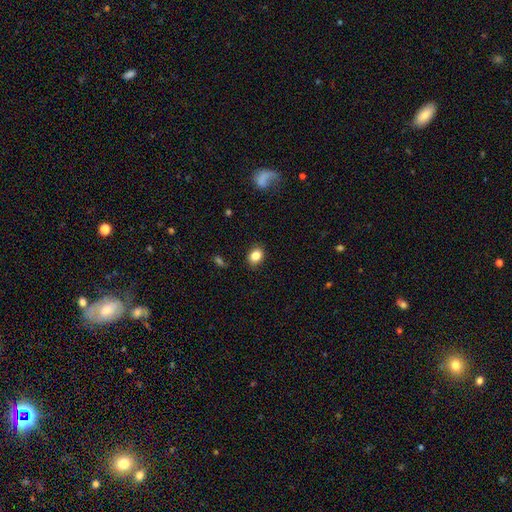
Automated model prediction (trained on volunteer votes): Smooth or featured? Predicted: smooth (p=0.84). How rounded? Predicted: in between (p=0.55). Merging? Predicted: none (p=0.87).